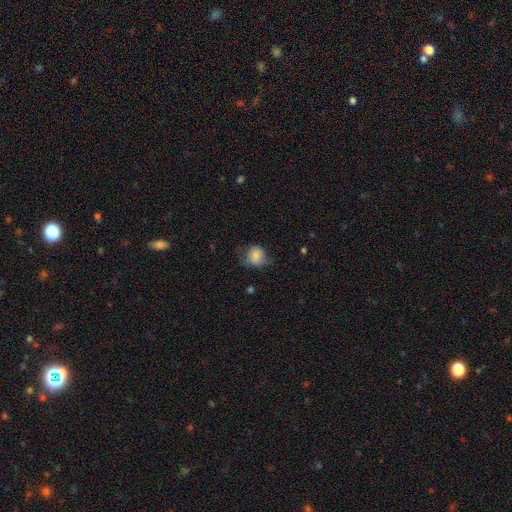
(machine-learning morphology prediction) Smooth or featured: smooth — 76% (featured or disk — 15%)
How rounded: round — 65% (in between — 34%)
Merging: none — 49% (minor disturbance — 32%)